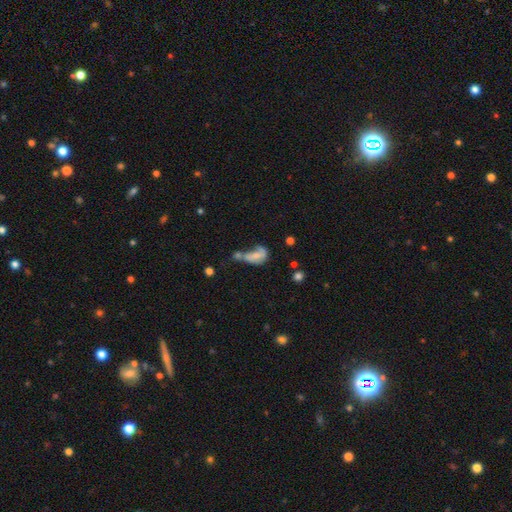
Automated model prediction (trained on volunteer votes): A smooth galaxy with no disk features (52%) that is in between round and cigar-shaped (81%). Merging: merger (46%).